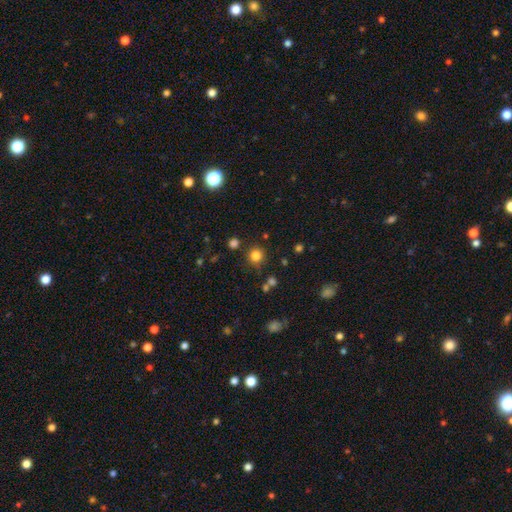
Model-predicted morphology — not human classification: Smooth or featured: smooth — 80% (star or artifact — 15%)
How rounded: round — 94% (in between — 5%)
Merging: none — 84% (minor disturbance — 8%)